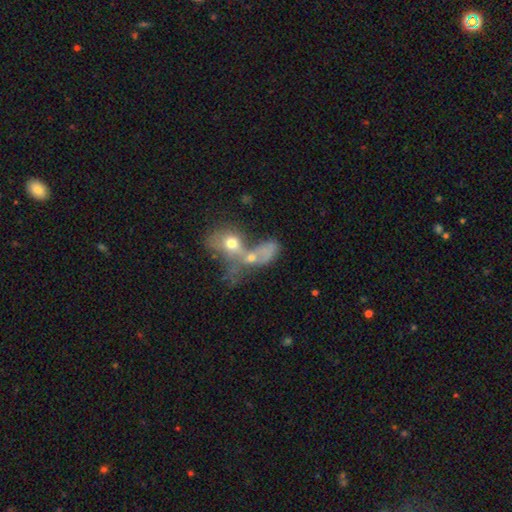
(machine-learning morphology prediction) smooth_or_featured: smooth (p=0.46) [alt: featured or disk p=0.40]
merging: merger (p=0.69) [alt: none p=0.13]